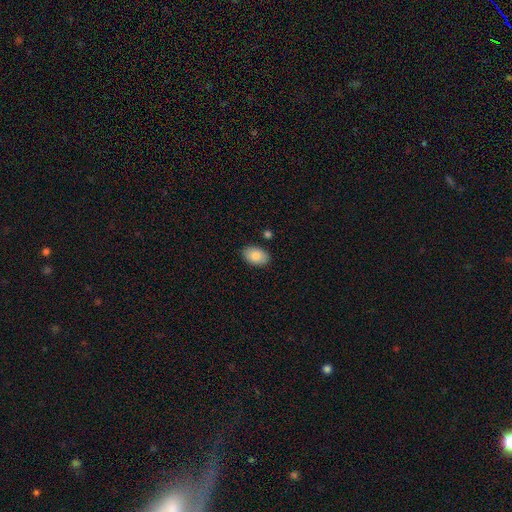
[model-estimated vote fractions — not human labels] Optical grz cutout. It shows a smooth galaxy with no disk features (85%) that is in between round and cigar-shaped (90%). Merging: none (86%).